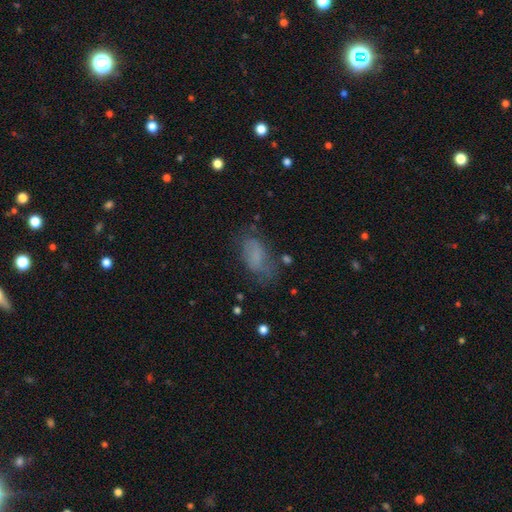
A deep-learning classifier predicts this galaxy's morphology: smooth 62%, featured or disk 25%, star or artifact 13%. Down the decision tree: how rounded — in between (89%); merging — none (54%).